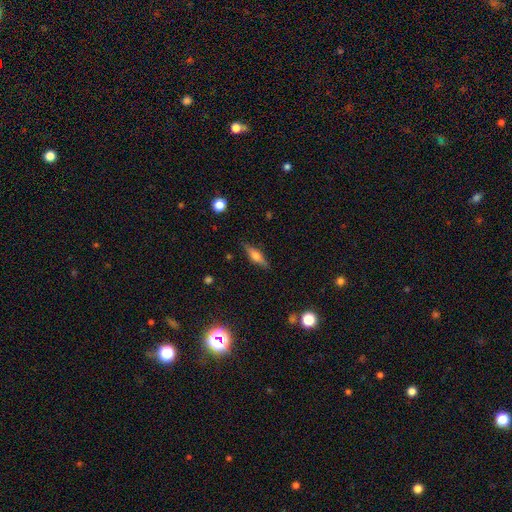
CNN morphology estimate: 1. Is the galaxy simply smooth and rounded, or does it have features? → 49% featured or disk, 43% smooth, 8% star or artifact.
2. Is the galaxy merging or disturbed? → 85% none, 11% minor disturbance, 3% major disturbance, 1% merger.